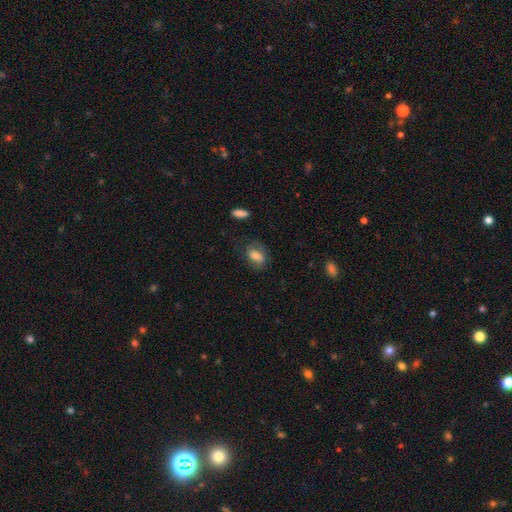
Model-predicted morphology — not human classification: Q: Smooth or featured?
A: smooth (74%); runner-up: featured or disk (18%)
Q: How rounded?
A: in between (83%); runner-up: round (13%)
Q: Merging?
A: none (61%); runner-up: minor disturbance (23%)